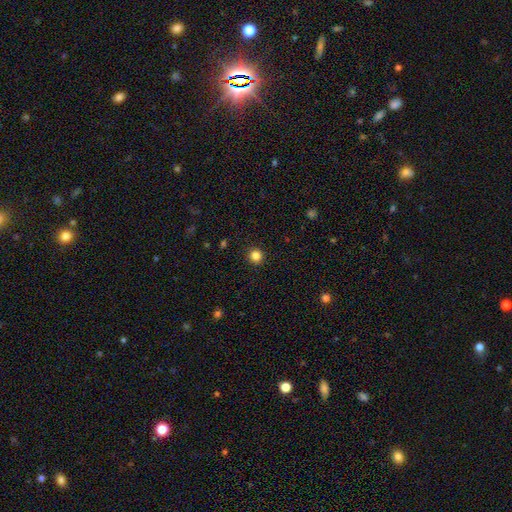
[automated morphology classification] Smooth or featured? smooth (83%)
How rounded? round (94%)
Merging? none (93%)